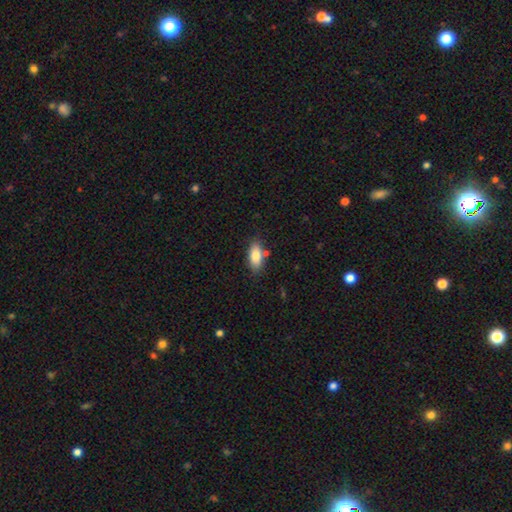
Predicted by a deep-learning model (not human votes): Smooth or featured? Predicted: smooth (p=0.84). How rounded? Predicted: in between (p=0.86). Merging? Predicted: none (p=0.77).